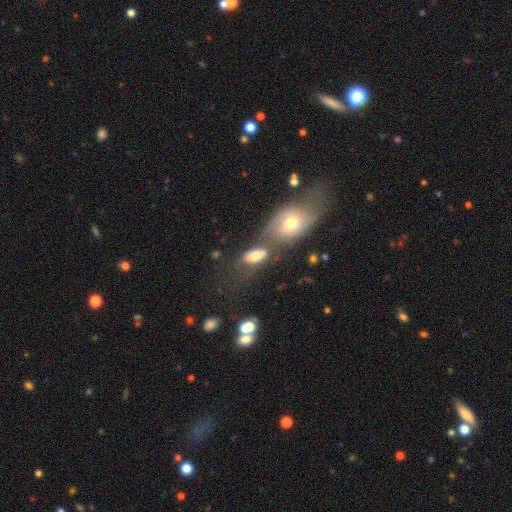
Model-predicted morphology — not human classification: Smooth or featured: smooth — 68% (featured or disk — 22%)
How rounded: in between — 89% (round — 6%)
Merging: merger — 39% (none — 34%)